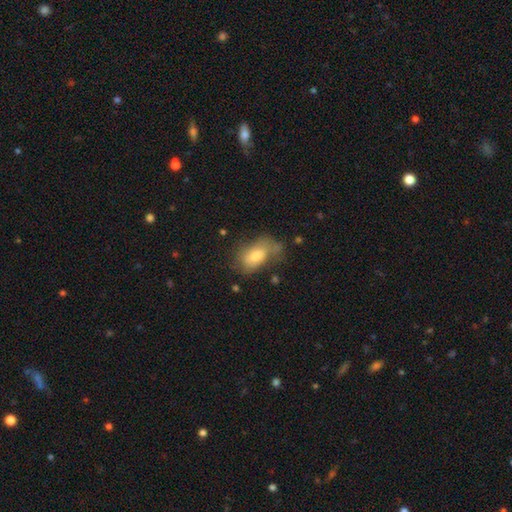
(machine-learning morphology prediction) This is likely a smooth galaxy (69%). How rounded: clearly in between (88%). Merging: possibly none (47%).